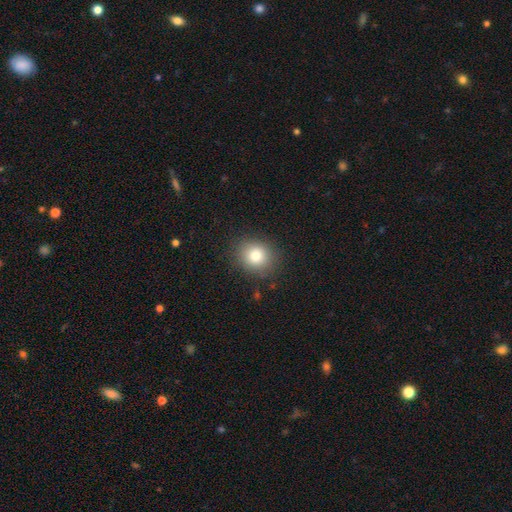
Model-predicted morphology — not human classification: Q: Smooth or featured?
A: smooth (81%); runner-up: star or artifact (11%)
Q: How rounded?
A: round (71%); runner-up: in between (28%)
Q: Merging?
A: none (86%); runner-up: minor disturbance (10%)